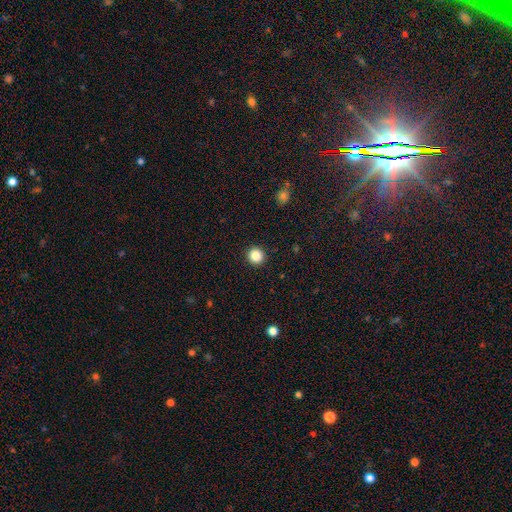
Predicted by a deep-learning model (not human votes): Q: Smooth or featured?
A: smooth (86%); runner-up: star or artifact (10%)
Q: How rounded?
A: round (93%); runner-up: in between (6%)
Q: Merging?
A: none (93%); runner-up: minor disturbance (4%)